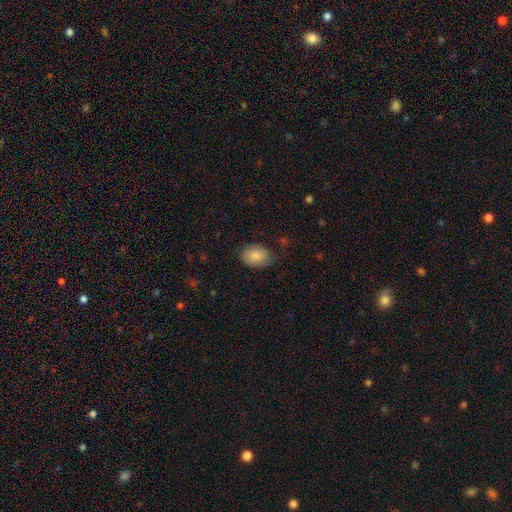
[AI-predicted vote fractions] The model was most divided on "how rounded": in between: 72%, round: 27%, cigar-shaped: 1%. More confident: smooth or featured — smooth (81%); merging — none (70%).